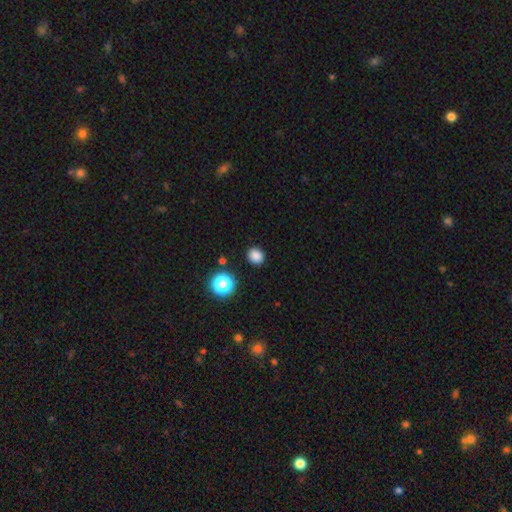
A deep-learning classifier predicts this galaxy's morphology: smooth 83%, star or artifact 13%, featured or disk 3%. Down the decision tree: how rounded — round (79%); merging — none (90%).